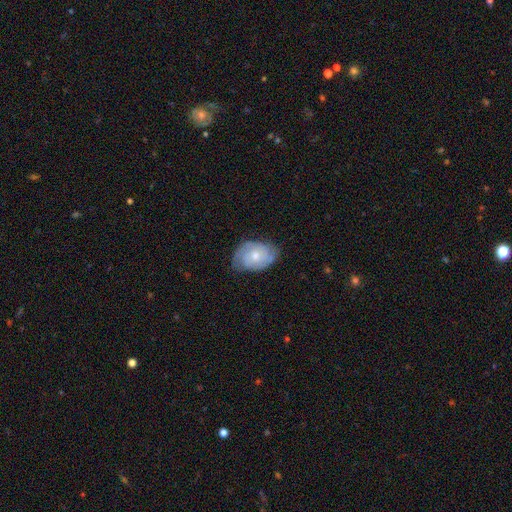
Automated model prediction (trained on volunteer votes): This is likely a featured or disk galaxy (67%). It is clearly not viewed edge-on (96%). Bar: likely no (74%). Spiral arm pattern: clearly yes (86%). Spiral arm count: marginally 2 (40%). Spiral winding: possibly tight (58%). Central bulge: possibly moderate (56%). Merging: likely none (68%).